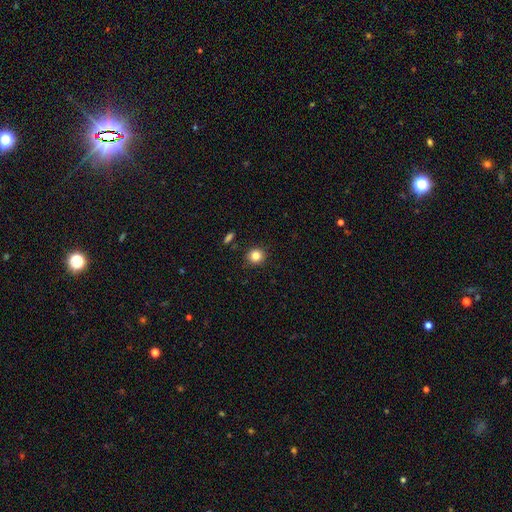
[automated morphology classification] Smooth or featured?
  - smooth: 83% *
  - star or artifact: 11%
  - featured or disk: 6%
How rounded?
  - round: 89% *
  - in between: 10%
  - cigar-shaped: 1%
Merging?
  - none: 90% *
  - minor disturbance: 6%
  - major disturbance: 2%
  - merger: 2%